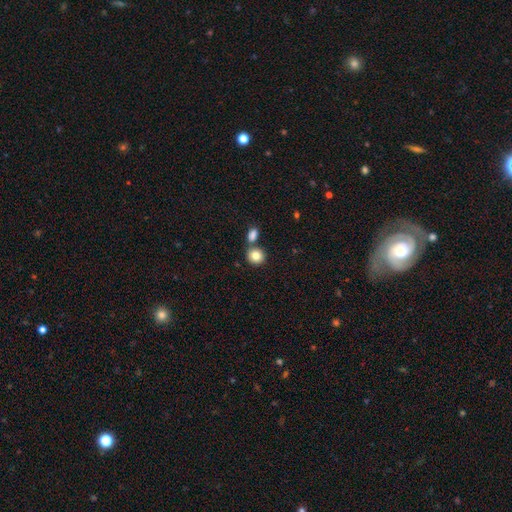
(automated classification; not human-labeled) Smooth or featured? Predicted: smooth (p=0.83). How rounded? Predicted: round (p=0.82). Merging? Predicted: none (p=0.63).